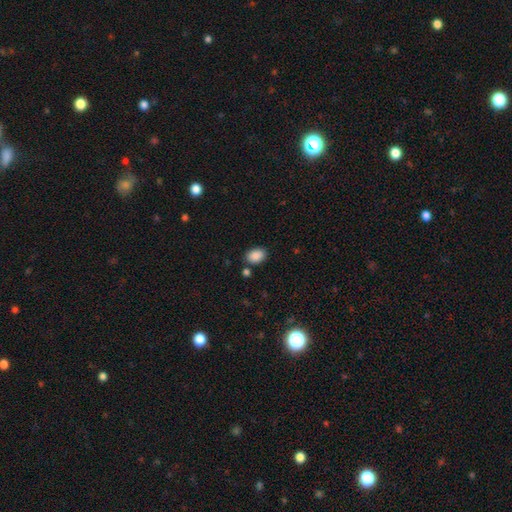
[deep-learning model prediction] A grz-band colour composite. It shows a smooth galaxy with no disk features (88%) that is in between round and cigar-shaped (80%). Merging: none (80%).